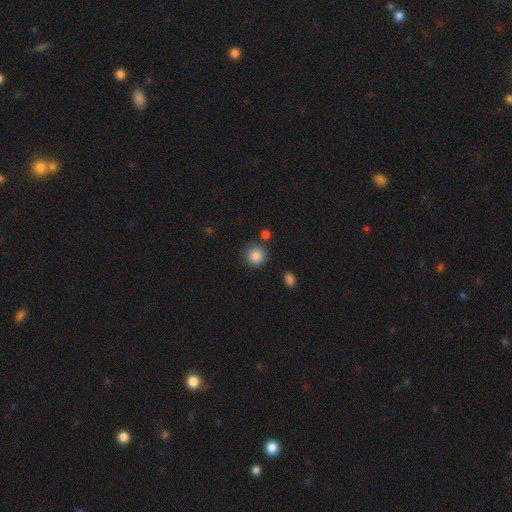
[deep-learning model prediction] smooth_or_featured: smooth (p=0.87) [alt: star or artifact p=0.09]
how_rounded: round (p=0.92) [alt: in between p=0.07]
merging: none (p=0.82) [alt: minor disturbance p=0.09]